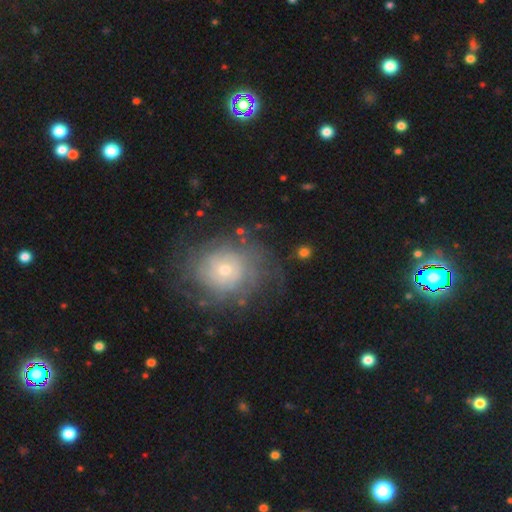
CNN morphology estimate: A featured or disk galaxy (59%) with no bar (84%), spiral arms (82%) and a small central bulge (71%). Merging: none (77%).